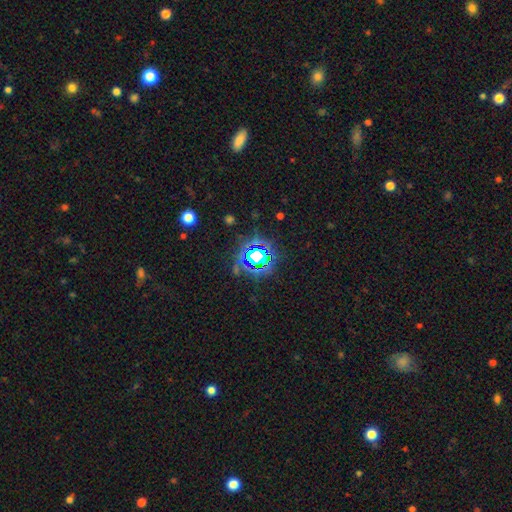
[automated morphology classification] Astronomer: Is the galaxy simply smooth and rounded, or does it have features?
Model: star or artifact — 77%.